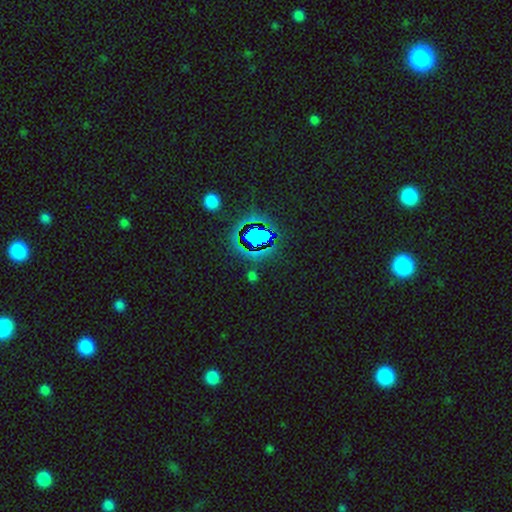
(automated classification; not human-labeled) A star or artifact, not a galaxy (78%).

Vote fractions:
- Smooth or featured? star or artifact: 78% / smooth: 13% / featured or disk: 9%